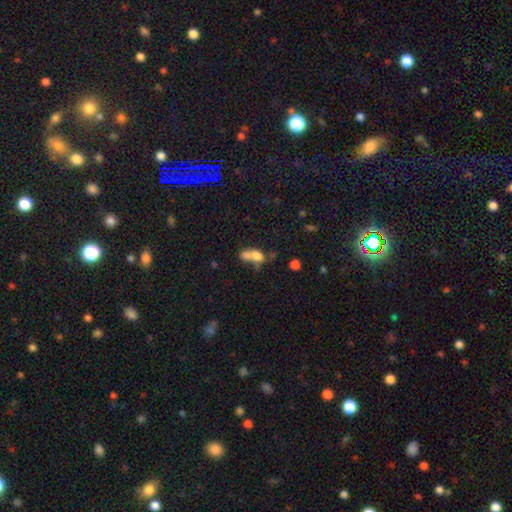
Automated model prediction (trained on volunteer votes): A smooth galaxy with no disk features (70%) that is in between round and cigar-shaped (64%).

Vote fractions:
- Smooth or featured? smooth: 70% / featured or disk: 18% / star or artifact: 12%
- How rounded? in between: 64% / round: 30% / cigar-shaped: 5%
- Merging? merger: 64% / none: 19% / minor disturbance: 9% / major disturbance: 8%